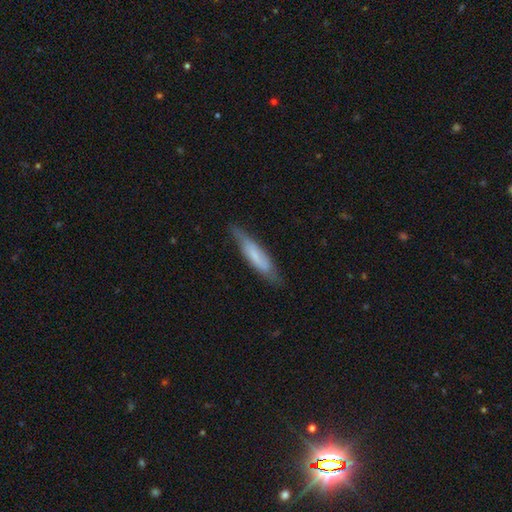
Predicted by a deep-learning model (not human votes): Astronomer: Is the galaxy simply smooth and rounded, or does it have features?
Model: smooth — 56% (runner-up: featured or disk, 38%).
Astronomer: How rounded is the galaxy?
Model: cigar-shaped — 78%.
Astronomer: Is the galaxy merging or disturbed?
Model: none — 72%.